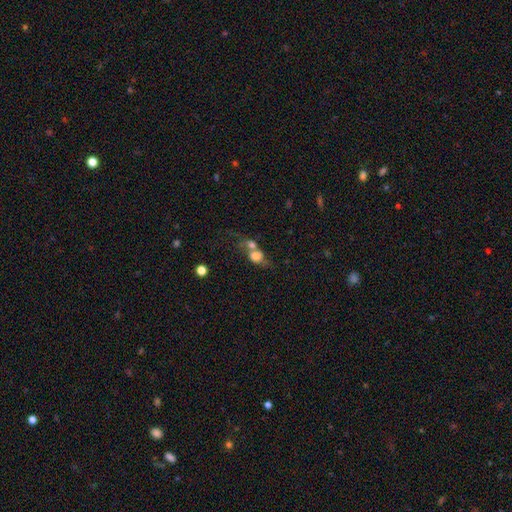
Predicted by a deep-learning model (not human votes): Smooth or featured? Predicted: smooth (p=0.66). How rounded? Predicted: round (p=0.51). Merging? Predicted: merger (p=0.62).